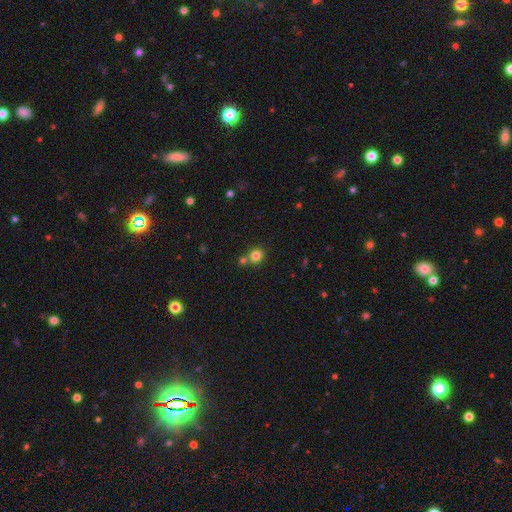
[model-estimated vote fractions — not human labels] This is clearly a smooth galaxy (81%). How rounded: clearly round (85%). Merging: likely none (69%).